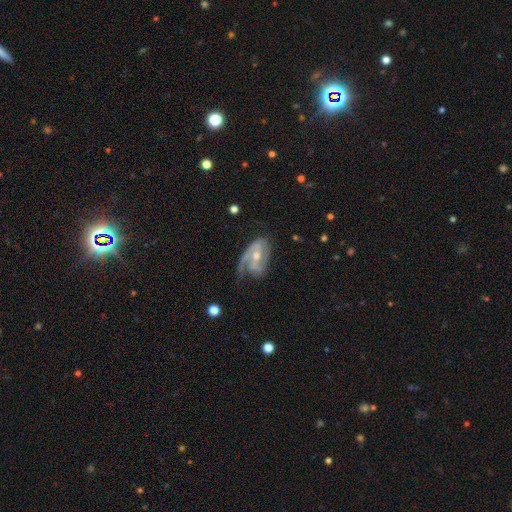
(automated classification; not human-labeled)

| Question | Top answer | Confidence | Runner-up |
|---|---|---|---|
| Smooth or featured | featured or disk | 83% | smooth (11%) |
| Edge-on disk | no | 96% | yes (4%) |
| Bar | weak | 40% | no (36%) |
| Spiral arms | yes | 92% | no (8%) |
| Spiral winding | medium | 43% | tight (31%) |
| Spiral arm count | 2 | 54% | 1 (27%) |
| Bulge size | moderate | 58% | small (37%) |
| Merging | none | 44% | minor disturbance (28%) |